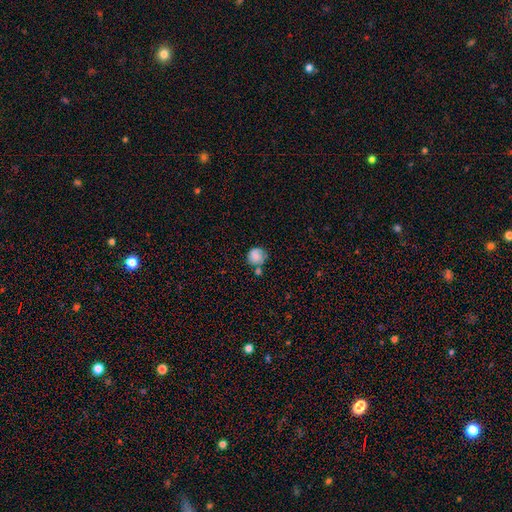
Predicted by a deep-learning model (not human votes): This appears to be a smooth galaxy with no disk features (73%) that is round (85%). Merging: none (54%).